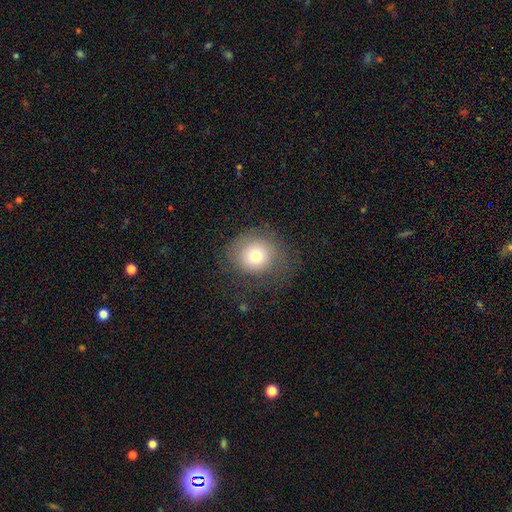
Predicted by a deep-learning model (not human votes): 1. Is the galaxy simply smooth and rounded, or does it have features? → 72% smooth, 16% featured or disk, 13% star or artifact.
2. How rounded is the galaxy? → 83% round, 16% in between, 1% cigar-shaped.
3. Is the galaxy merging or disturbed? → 72% none, 16% minor disturbance, 11% major disturbance, 1% merger.